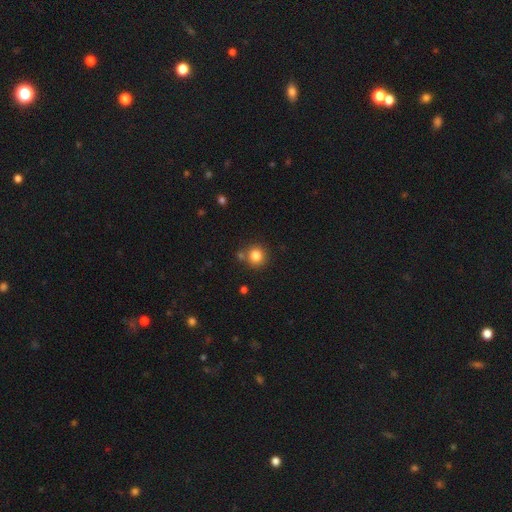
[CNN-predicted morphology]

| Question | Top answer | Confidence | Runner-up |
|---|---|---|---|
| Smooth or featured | smooth | 83% | star or artifact (11%) |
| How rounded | round | 91% | in between (8%) |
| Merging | none | 78% | merger (11%) |